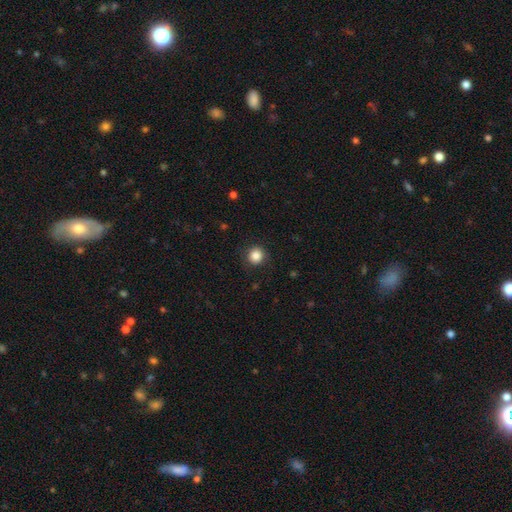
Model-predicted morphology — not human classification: Smooth or featured?
  - smooth: 85% *
  - star or artifact: 11%
  - featured or disk: 4%
How rounded?
  - round: 92% *
  - in between: 7%
  - cigar-shaped: 1%
Merging?
  - none: 89% *
  - minor disturbance: 8%
  - major disturbance: 2%
  - merger: 1%